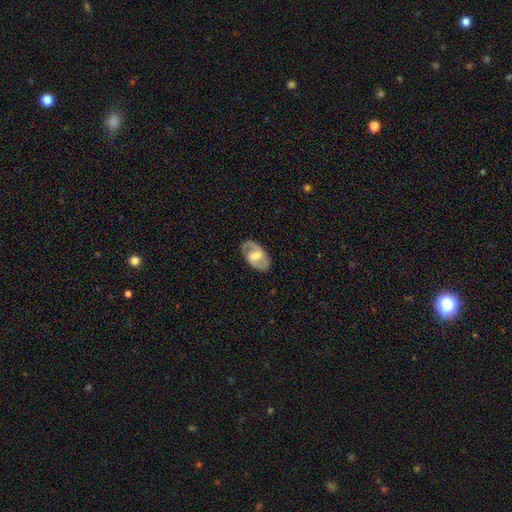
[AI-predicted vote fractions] The model was most divided on "spiral winding": medium: 52%, tight: 25%, loose: 23%. More confident: edge-on disk — no (96%); spiral arms — yes (87%); spiral arm count — 2 (84%); merging — none (82%); smooth or featured — featured or disk (75%); bulge size — moderate (54%); bar — weak (53%).